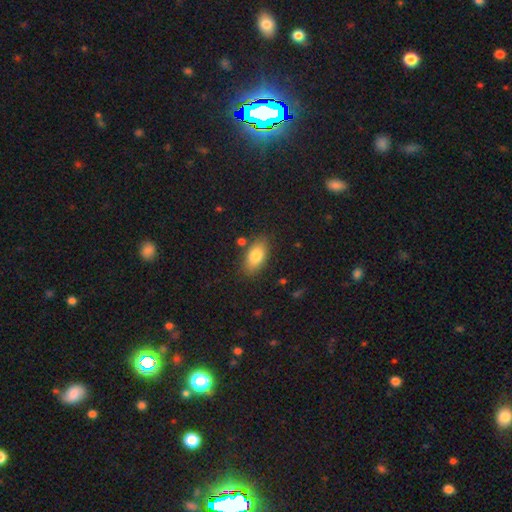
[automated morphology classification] Q: Smooth or featured?
A: smooth (81%); runner-up: featured or disk (12%)
Q: How rounded?
A: in between (90%); runner-up: round (5%)
Q: Merging?
A: none (82%); runner-up: minor disturbance (12%)